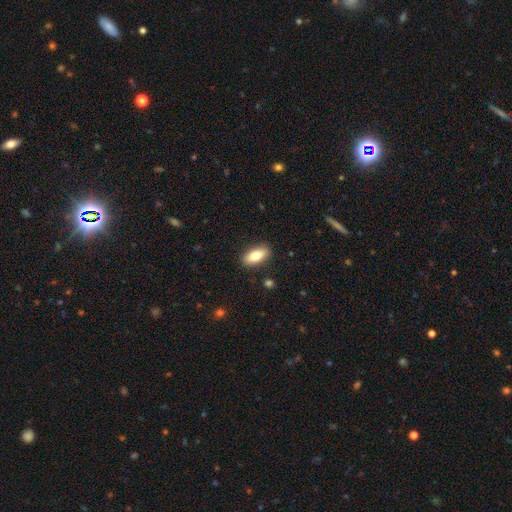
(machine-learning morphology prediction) A smooth galaxy with no disk features (79%) that is in between round and cigar-shaped (84%).

Vote fractions:
- Smooth or featured? smooth: 79% / featured or disk: 14% / star or artifact: 7%
- How rounded? in between: 84% / cigar-shaped: 13% / round: 3%
- Merging? none: 88% / minor disturbance: 9% / major disturbance: 2% / merger: 1%